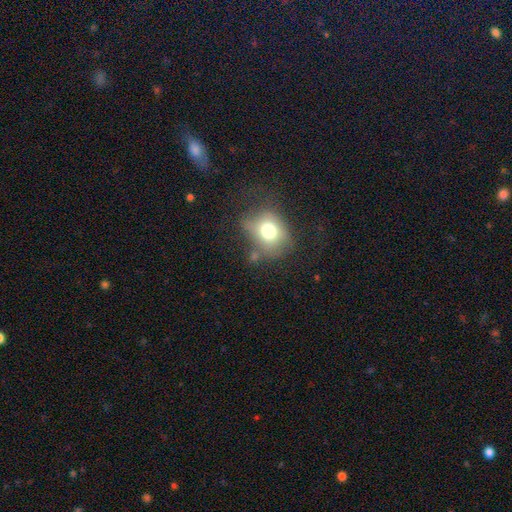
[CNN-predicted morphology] The model was most divided on "how rounded": round: 60%, in between: 39%, cigar-shaped: 1%. More confident: smooth or featured — smooth (68%); merging — none (52%).